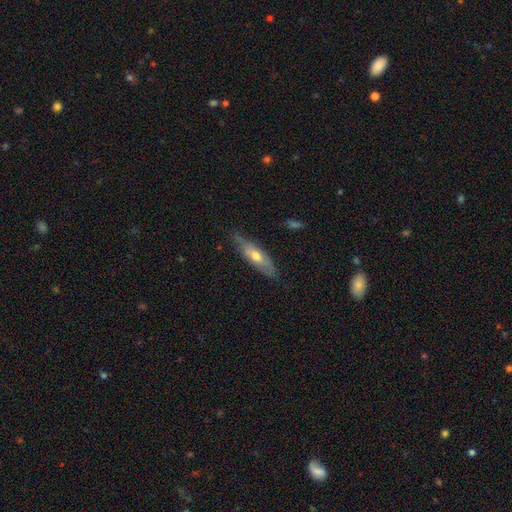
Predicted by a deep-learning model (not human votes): The model was most divided on "smooth or featured": featured or disk: 50%, smooth: 44%, star or artifact: 6%. More confident: merging — none (75%).